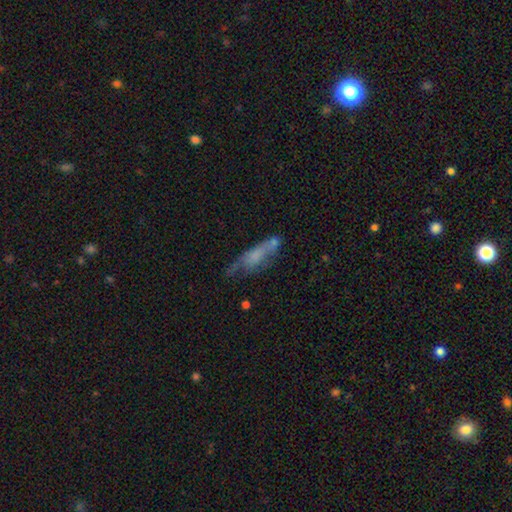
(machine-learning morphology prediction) Overall: smooth (55%; featured or disk 35%). How rounded: cigar-shaped (56%; in between 40%). Merging: none (37%; minor disturbance 25%).